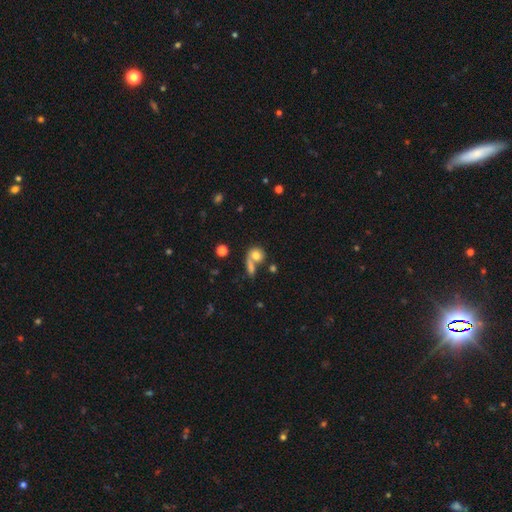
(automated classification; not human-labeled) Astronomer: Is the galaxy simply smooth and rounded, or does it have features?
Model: smooth — 75%.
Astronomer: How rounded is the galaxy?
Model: round — 65%.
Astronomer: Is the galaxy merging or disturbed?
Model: merger — 42% (runner-up: none, 40%).